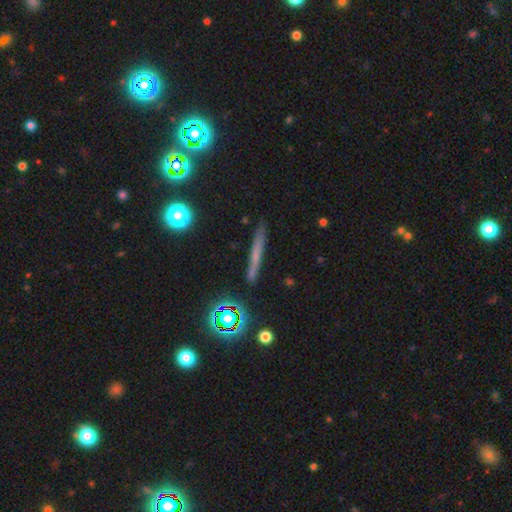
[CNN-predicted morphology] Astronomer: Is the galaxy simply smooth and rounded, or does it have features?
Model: smooth — 50% (runner-up: featured or disk, 33%).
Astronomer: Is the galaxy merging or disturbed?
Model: none — 85%.